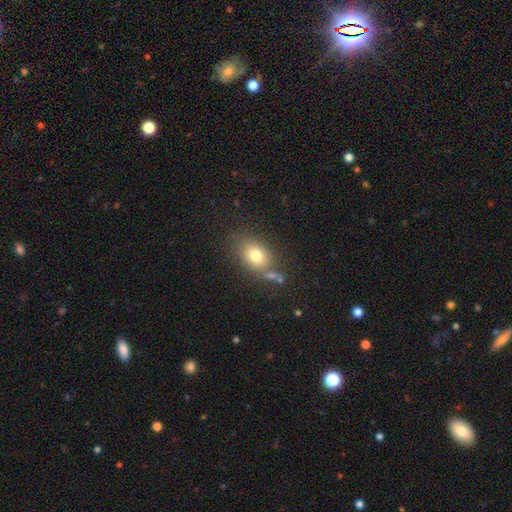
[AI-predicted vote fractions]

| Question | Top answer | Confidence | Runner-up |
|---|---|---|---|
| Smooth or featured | smooth | 76% | featured or disk (12%) |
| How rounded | in between | 68% | round (31%) |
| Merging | none | 68% | minor disturbance (15%) |